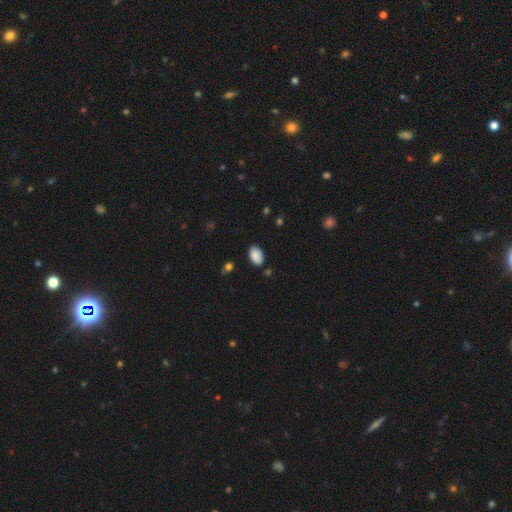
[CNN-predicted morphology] Q: Smooth or featured?
A: smooth (88%); runner-up: star or artifact (7%)
Q: How rounded?
A: in between (92%); runner-up: round (7%)
Q: Merging?
A: none (81%); runner-up: minor disturbance (14%)